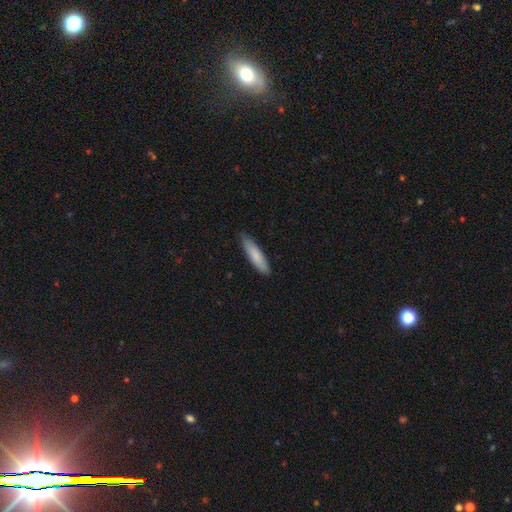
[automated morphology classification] smooth_or_featured: smooth (p=0.81) [alt: featured or disk p=0.13]
how_rounded: cigar-shaped (p=0.78) [alt: in between p=0.21]
merging: none (p=0.83) [alt: minor disturbance p=0.14]